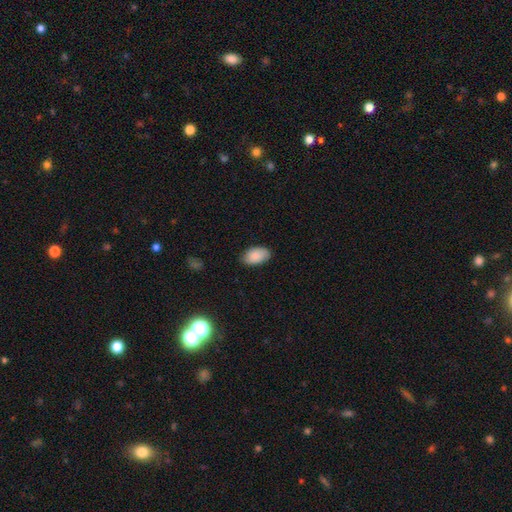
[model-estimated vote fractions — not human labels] Overall: smooth (88%). How rounded: in between (94%). Merging: none (82%).